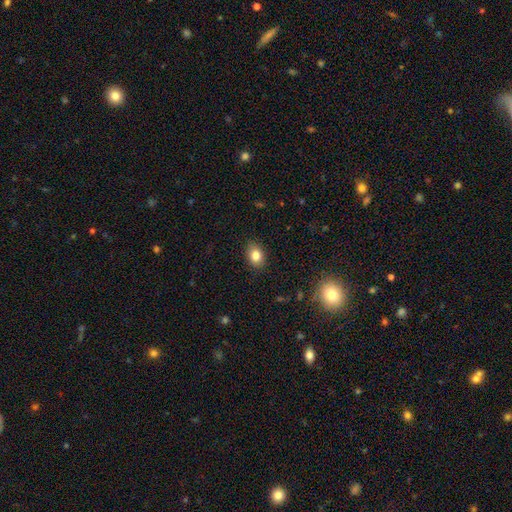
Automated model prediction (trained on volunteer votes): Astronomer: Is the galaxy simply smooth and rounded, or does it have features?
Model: smooth — 82%.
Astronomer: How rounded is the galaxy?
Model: in between — 70%.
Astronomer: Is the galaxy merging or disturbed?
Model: none — 87%.